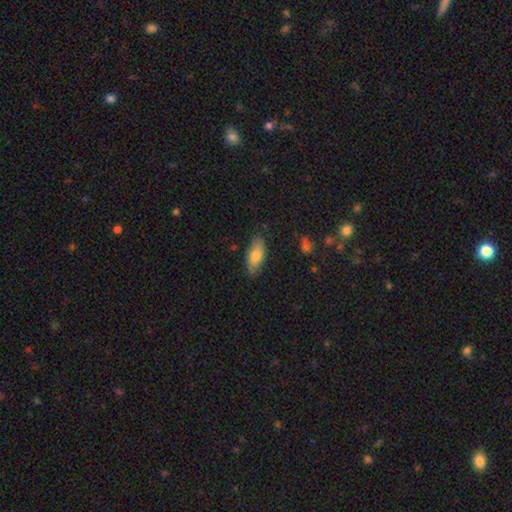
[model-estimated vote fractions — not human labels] Q: Smooth or featured?
A: smooth (77%); runner-up: featured or disk (17%)
Q: How rounded?
A: in between (86%); runner-up: cigar-shaped (11%)
Q: Merging?
A: none (80%); runner-up: minor disturbance (16%)